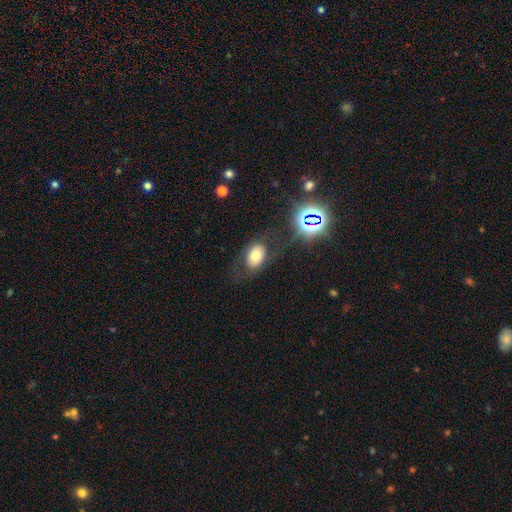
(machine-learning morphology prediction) type=smooth (66%); roundness=in between (83%); merging=none (70%).